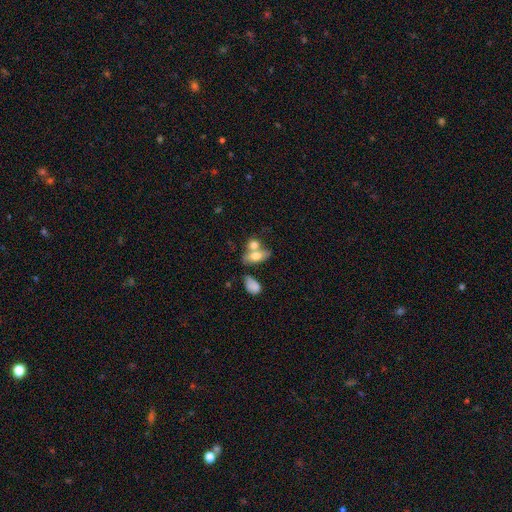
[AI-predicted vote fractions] Smooth or featured: smooth — 70% (featured or disk — 22%)
How rounded: in between — 78% (round — 16%)
Merging: merger — 53% (none — 29%)